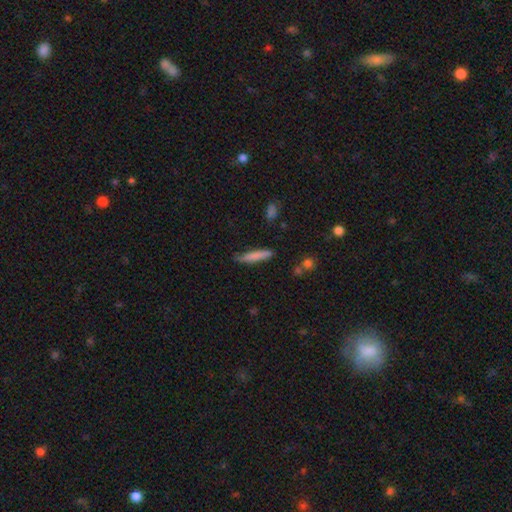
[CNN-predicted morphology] smooth_or_featured: smooth (p=0.79) [alt: featured or disk p=0.15]
how_rounded: cigar-shaped (p=0.89) [alt: in between p=0.10]
merging: none (p=0.71) [alt: minor disturbance p=0.22]